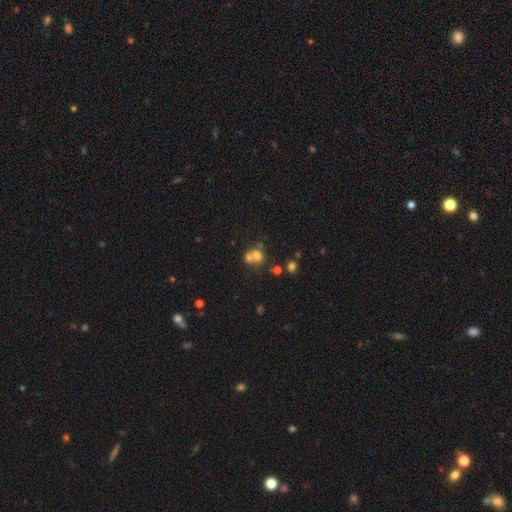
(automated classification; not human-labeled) Smooth or featured: smooth — 66% (featured or disk — 19%)
How rounded: round — 76% (in between — 23%)
Merging: merger — 57% (none — 32%)